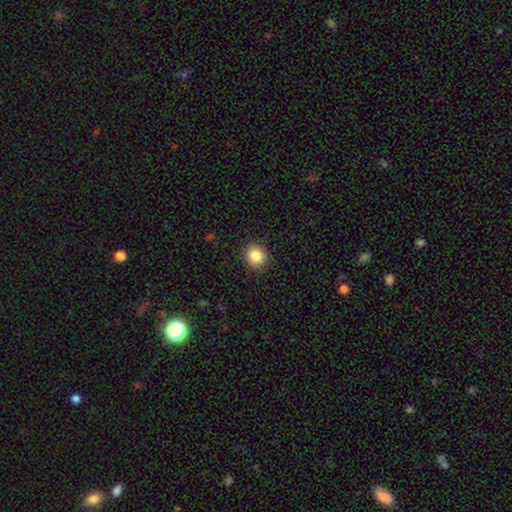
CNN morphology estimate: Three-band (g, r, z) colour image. It shows a smooth galaxy with no disk features (85%) that is round (88%). Merging: none (90%).